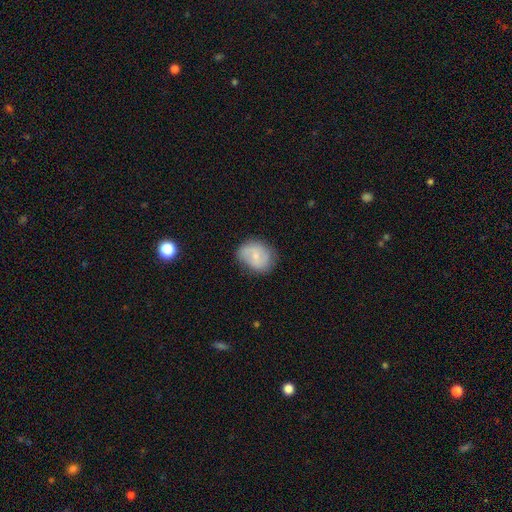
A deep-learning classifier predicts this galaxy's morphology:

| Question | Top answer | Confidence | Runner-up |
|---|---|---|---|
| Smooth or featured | smooth | 57% | featured or disk (35%) |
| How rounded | in between | 50% | round (49%) |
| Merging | none | 70% | minor disturbance (22%) |